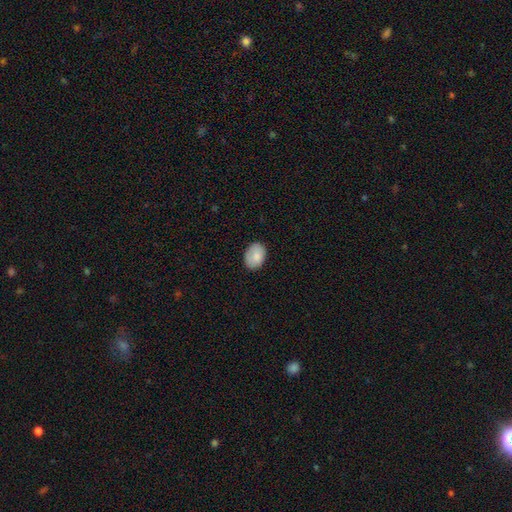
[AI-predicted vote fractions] Q: Smooth or featured?
A: smooth (86%); runner-up: featured or disk (7%)
Q: How rounded?
A: in between (76%); runner-up: round (23%)
Q: Merging?
A: none (82%); runner-up: minor disturbance (14%)